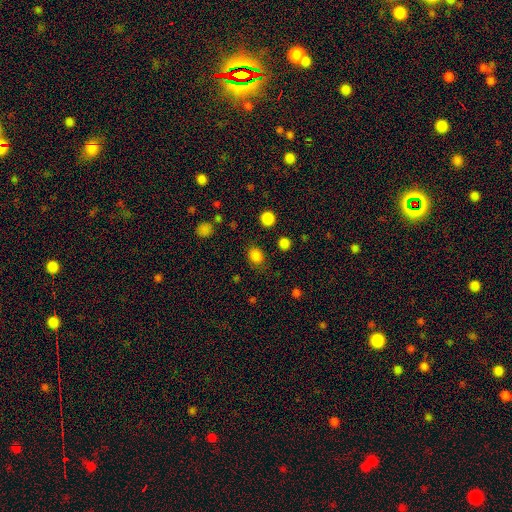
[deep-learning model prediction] smooth-or-featured: smooth: 83% | star or artifact: 13% | featured or disk: 4%
  how-rounded: round: 54% | in between: 45% | cigar-shaped: 1%
  merging: none: 82% | minor disturbance: 11% | major disturbance: 4% | merger: 2%